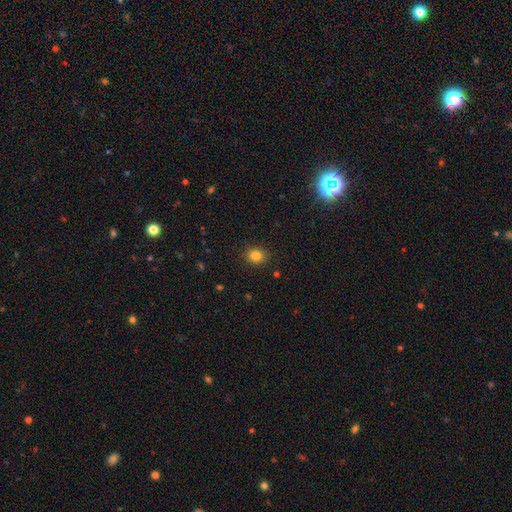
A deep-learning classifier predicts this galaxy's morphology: Overall: smooth (83%). How rounded: round (73%). Merging: none (89%).